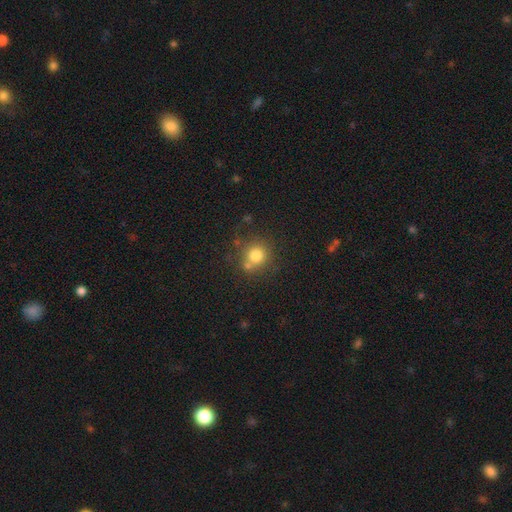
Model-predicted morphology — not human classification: smooth_or_featured: smooth (p=0.77) [alt: star or artifact p=0.13]
how_rounded: round (p=0.88) [alt: in between p=0.11]
merging: none (p=0.63) [alt: merger p=0.20]